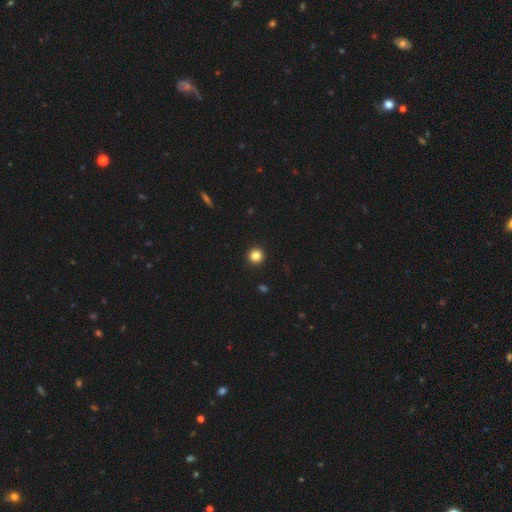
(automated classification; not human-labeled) The model was most divided on "smooth or featured": smooth: 83%, star or artifact: 12%, featured or disk: 5%. More confident: how rounded — round (96%); merging — none (94%).